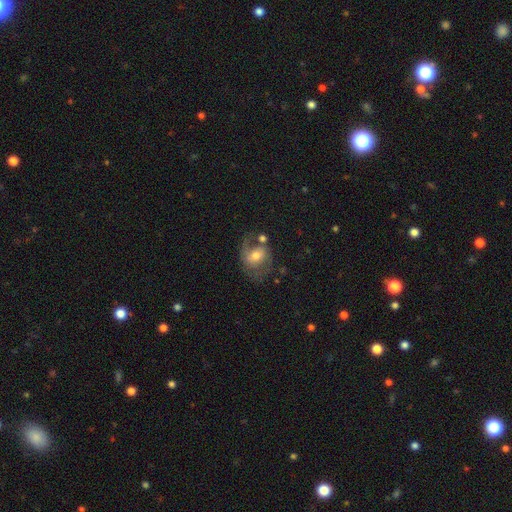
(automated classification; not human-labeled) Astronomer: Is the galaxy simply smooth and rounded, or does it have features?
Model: featured or disk — 58% (runner-up: smooth, 34%).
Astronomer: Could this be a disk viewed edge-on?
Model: no — 96%.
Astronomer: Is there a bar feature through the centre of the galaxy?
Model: no — 48% (runner-up: weak, 39%).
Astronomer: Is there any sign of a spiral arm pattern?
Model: yes — 78%.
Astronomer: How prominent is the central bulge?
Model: moderate — 64%.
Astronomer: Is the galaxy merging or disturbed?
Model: none — 45% (runner-up: minor disturbance, 21%).